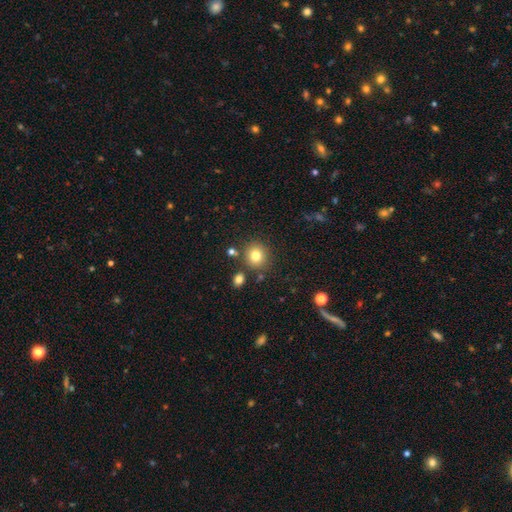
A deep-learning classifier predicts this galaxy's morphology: smooth 80%, star or artifact 12%, featured or disk 8%. Down the decision tree: how rounded — round (88%); merging — none (82%).